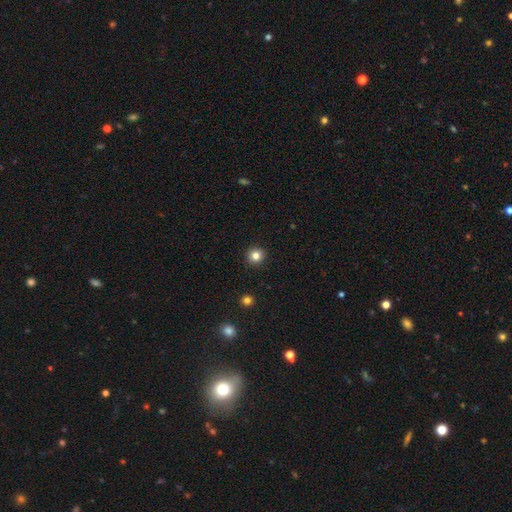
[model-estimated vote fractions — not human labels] A smooth galaxy with no disk features (83%) that is round (94%). Merging: none (93%).